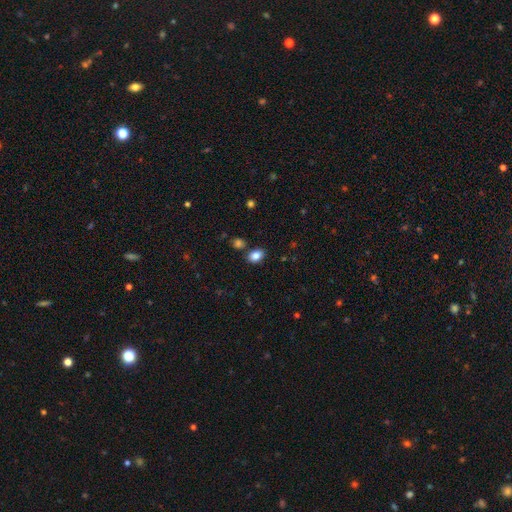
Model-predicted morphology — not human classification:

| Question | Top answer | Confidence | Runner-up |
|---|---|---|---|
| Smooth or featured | smooth | 85% | star or artifact (10%) |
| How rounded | in between | 77% | round (22%) |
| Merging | none | 80% | minor disturbance (10%) |